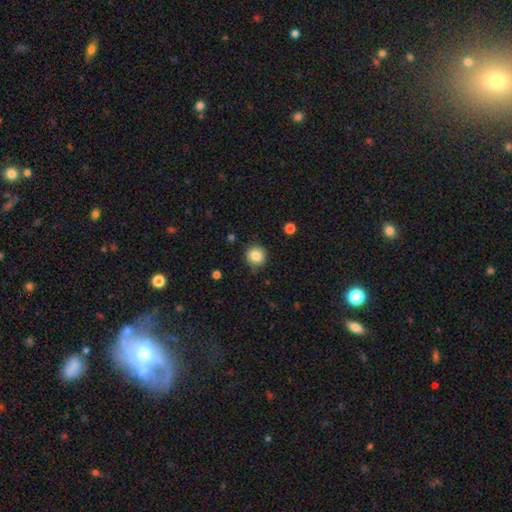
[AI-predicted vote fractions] Smooth or featured: smooth — 84% (star or artifact — 10%)
How rounded: round — 92% (in between — 7%)
Merging: none — 87% (minor disturbance — 10%)